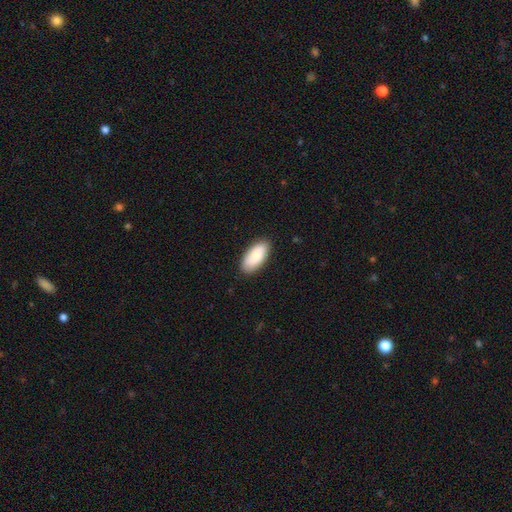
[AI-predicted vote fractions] Q: Smooth or featured?
A: smooth (82%); runner-up: featured or disk (12%)
Q: How rounded?
A: in between (92%); runner-up: cigar-shaped (6%)
Q: Merging?
A: none (87%); runner-up: minor disturbance (10%)